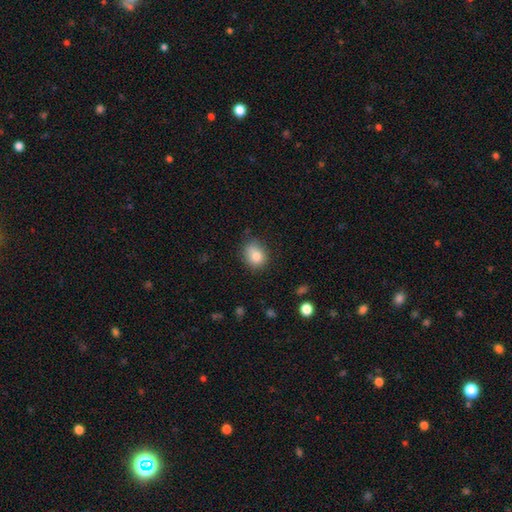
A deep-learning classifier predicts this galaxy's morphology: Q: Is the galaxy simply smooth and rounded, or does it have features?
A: smooth — 82%.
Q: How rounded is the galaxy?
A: round — 54%.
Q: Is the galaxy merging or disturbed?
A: none — 72%.